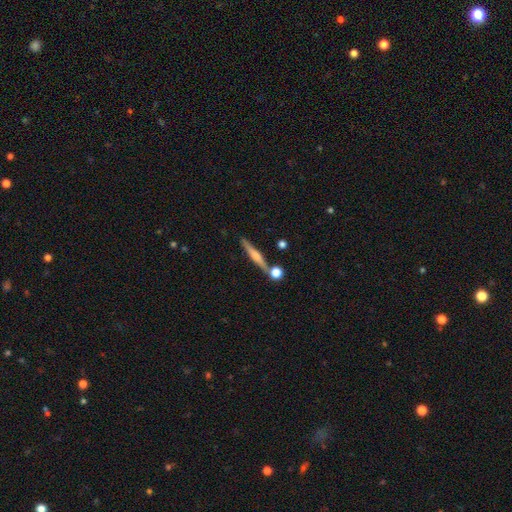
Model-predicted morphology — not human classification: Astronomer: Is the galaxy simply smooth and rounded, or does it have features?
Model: featured or disk — 57% (runner-up: smooth, 36%).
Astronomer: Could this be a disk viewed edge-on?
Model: yes — 97%.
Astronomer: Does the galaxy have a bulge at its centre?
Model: rounded — 69%.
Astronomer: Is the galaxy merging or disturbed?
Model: none — 79%.